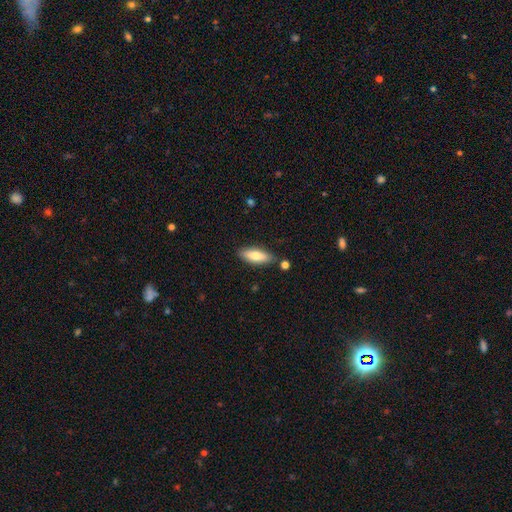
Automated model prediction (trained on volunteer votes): smooth 73%, featured or disk 20%, star or artifact 6%. Down the decision tree: how rounded — in between (65%); merging — none (83%).